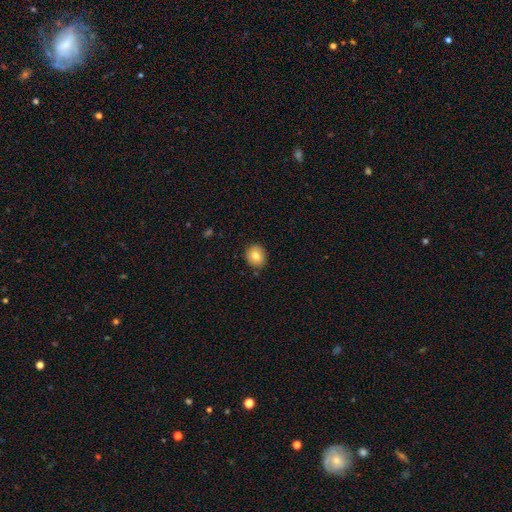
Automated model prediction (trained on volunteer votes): Smooth or featured?
  - smooth: 81% *
  - featured or disk: 10%
  - star or artifact: 9%
How rounded?
  - round: 79% *
  - in between: 20%
  - cigar-shaped: 1%
Merging?
  - none: 88% *
  - minor disturbance: 9%
  - major disturbance: 2%
  - merger: 1%